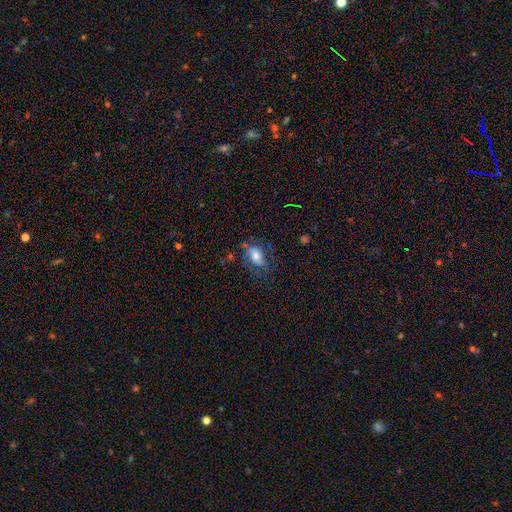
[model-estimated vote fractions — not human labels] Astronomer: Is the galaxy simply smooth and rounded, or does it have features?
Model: smooth — 58%.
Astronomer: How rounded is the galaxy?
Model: in between — 86%.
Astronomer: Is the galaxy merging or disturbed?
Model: none — 55%.